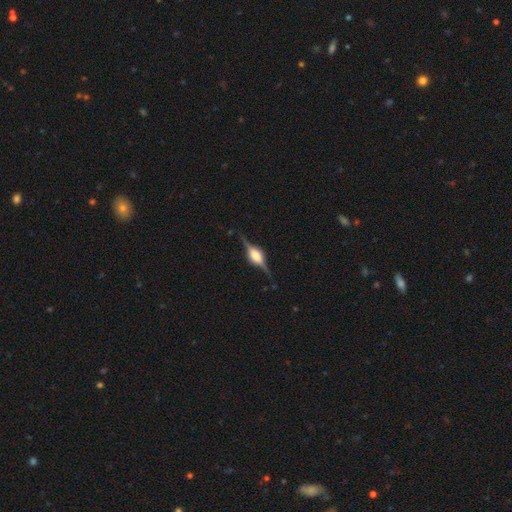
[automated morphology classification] This appears to be a featured or disk galaxy (86%) viewed edge-on (97%) with a rounded central bulge (84%). Merging: none (85%).